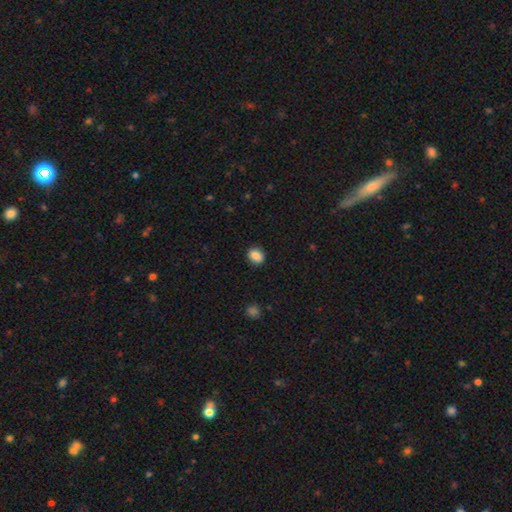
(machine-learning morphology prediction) This is clearly a smooth galaxy (85%). How rounded: possibly round (53%). Merging: clearly none (89%).